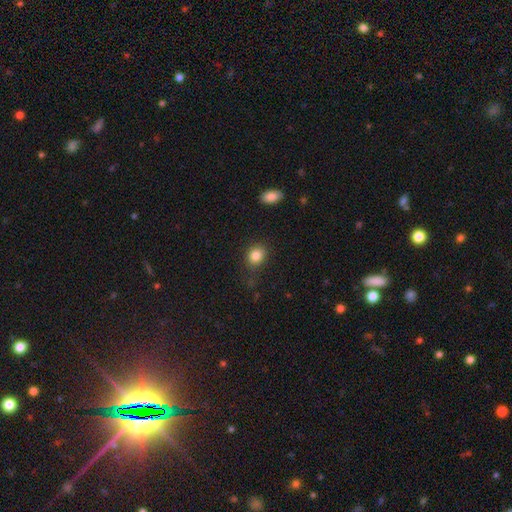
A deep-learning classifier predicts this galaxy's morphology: smooth_or_featured: smooth (p=0.84) [alt: star or artifact p=0.10]
how_rounded: round (p=0.57) [alt: in between p=0.42]
merging: none (p=0.79) [alt: minor disturbance p=0.15]